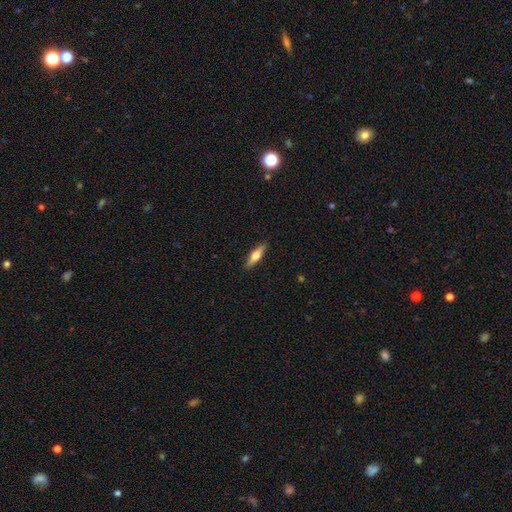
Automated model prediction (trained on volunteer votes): Q: Smooth or featured?
A: smooth (63%); runner-up: featured or disk (31%)
Q: How rounded?
A: cigar-shaped (59%); runner-up: in between (39%)
Q: Merging?
A: none (89%); runner-up: minor disturbance (8%)